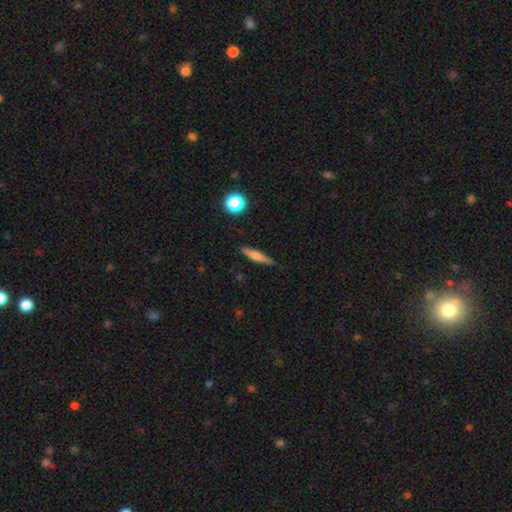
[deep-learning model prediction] Smooth or featured: smooth — 48% (featured or disk — 44%)
Merging: none — 87% (minor disturbance — 10%)